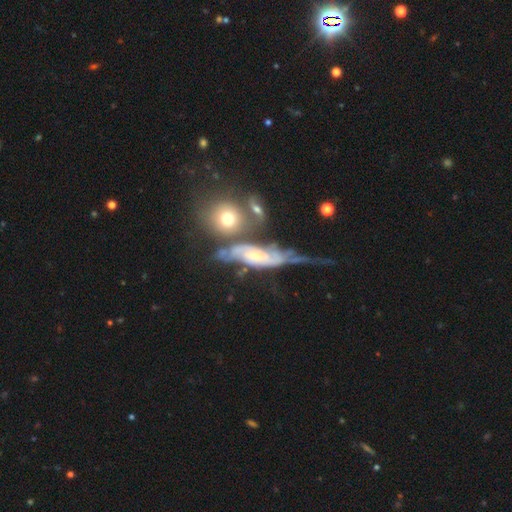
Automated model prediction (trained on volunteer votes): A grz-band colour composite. It shows a featured or disk galaxy (76%) with no bar (50%), 2 (50%) medium (39%, tied with tight) spiral arms (87%) and a small central bulge (46%). Merging: none (28%, tied with major disturbance).